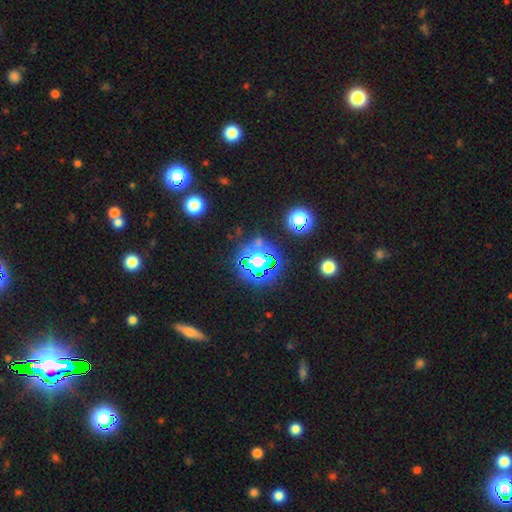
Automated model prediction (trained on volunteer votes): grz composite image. It shows a star or artifact, not a galaxy (60%).